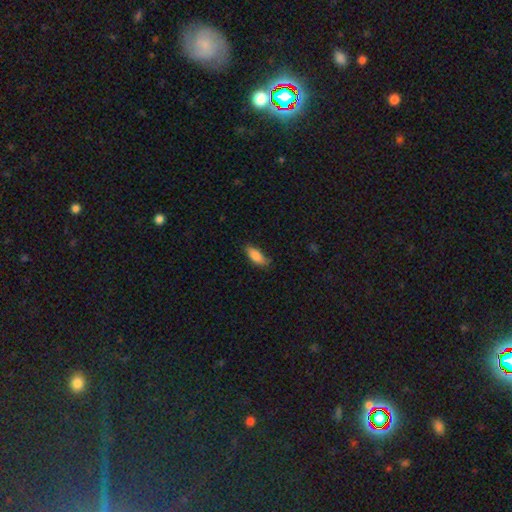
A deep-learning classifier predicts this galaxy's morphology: Smooth or featured?
  - smooth: 86% *
  - featured or disk: 8%
  - star or artifact: 7%
How rounded?
  - in between: 77% *
  - cigar-shaped: 21%
  - round: 2%
Merging?
  - none: 74% *
  - minor disturbance: 21%
  - major disturbance: 4%
  - merger: 1%